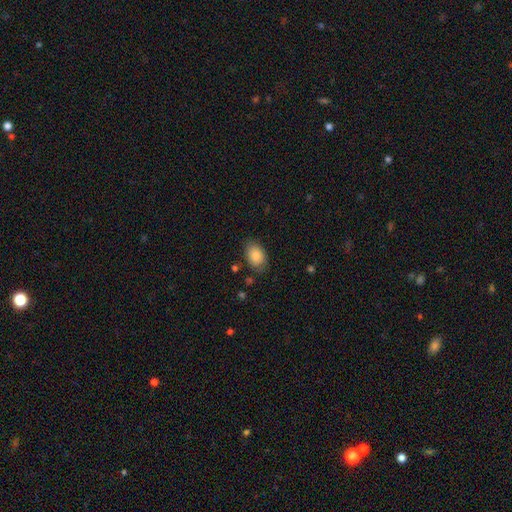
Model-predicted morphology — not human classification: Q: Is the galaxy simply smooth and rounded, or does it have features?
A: smooth — 85%.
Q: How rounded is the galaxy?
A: in between — 83%.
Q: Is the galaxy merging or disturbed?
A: none — 77%.